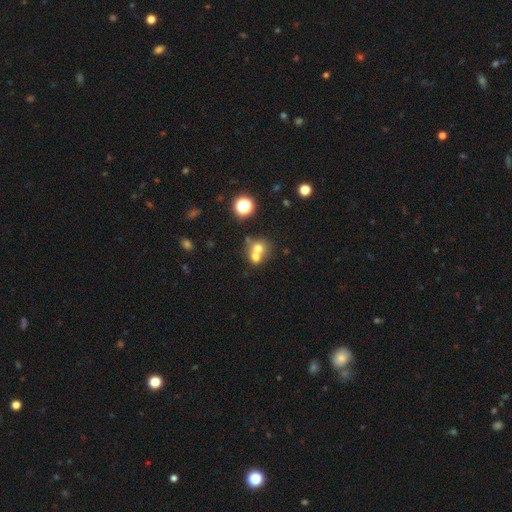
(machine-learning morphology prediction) smooth-or-featured: smooth: 65% | featured or disk: 20% | star or artifact: 15%
  how-rounded: round: 75% | in between: 24% | cigar-shaped: 1%
  merging: merger: 61% | none: 30% | minor disturbance: 6% | major disturbance: 3%